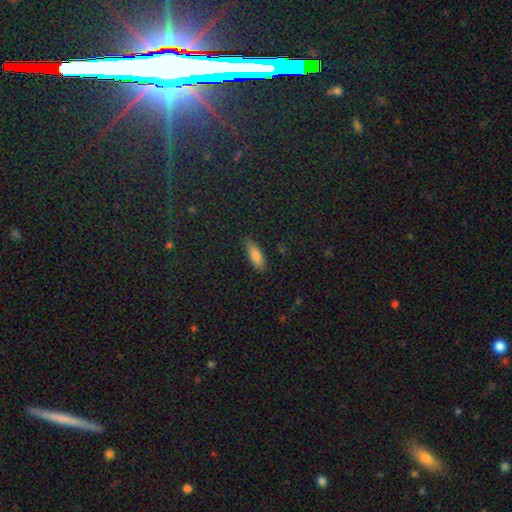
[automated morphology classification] Smooth or featured? smooth (78%)
How rounded? in between (64%)
Merging? none (85%)